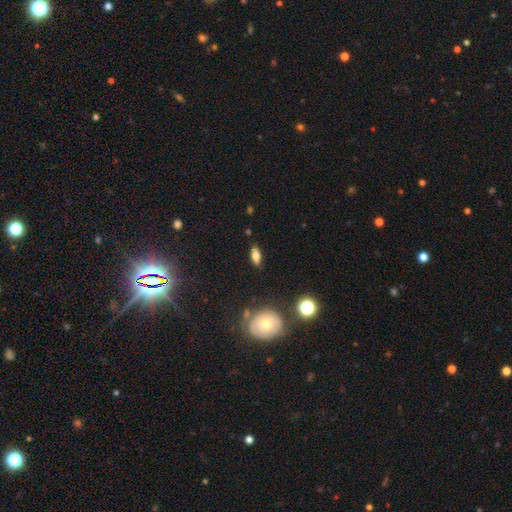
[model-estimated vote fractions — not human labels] Smooth or featured? Predicted: smooth (p=0.70). How rounded? Predicted: in between (p=0.80). Merging? Predicted: none (p=0.82).